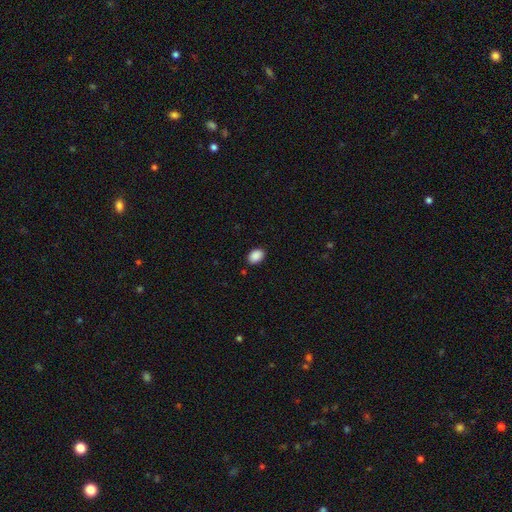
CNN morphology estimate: smooth-or-featured: smooth: 89% | star or artifact: 8% | featured or disk: 3%
  how-rounded: in between: 77% | round: 22% | cigar-shaped: 1%
  merging: none: 88% | minor disturbance: 9% | major disturbance: 2% | merger: 1%